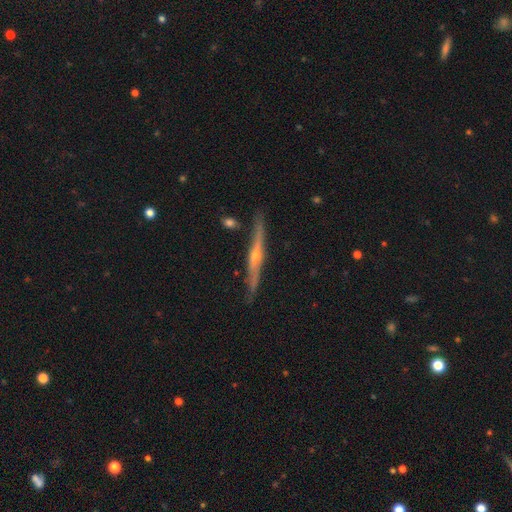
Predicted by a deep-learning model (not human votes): smooth_or_featured: featured or disk (p=0.81) [alt: smooth p=0.13]
disk_edge_on: yes (p=0.97) [alt: no p=0.03]
edge_on_bulge: rounded (p=0.87) [alt: none p=0.09]
merging: none (p=0.86) [alt: minor disturbance p=0.10]